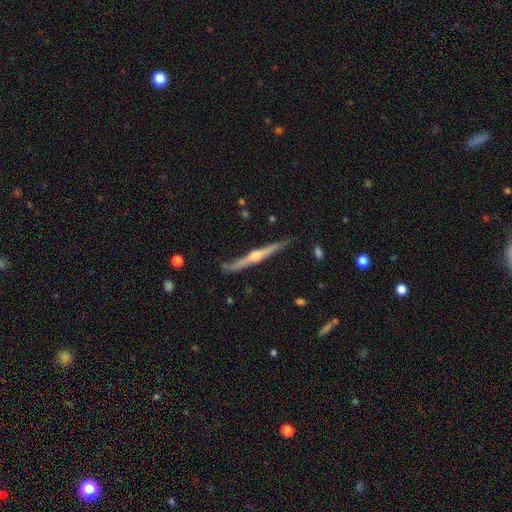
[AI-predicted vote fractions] Morphology: type=featured or disk (82%); edge-on=yes (98%); edge-on bulge=rounded (90%); merging=none (86%).